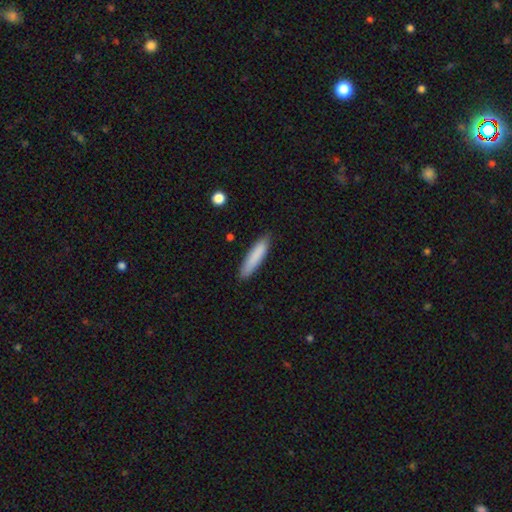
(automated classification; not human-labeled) This is clearly a smooth galaxy (84%). How rounded: clearly cigar-shaped (83%). Merging: clearly none (87%).